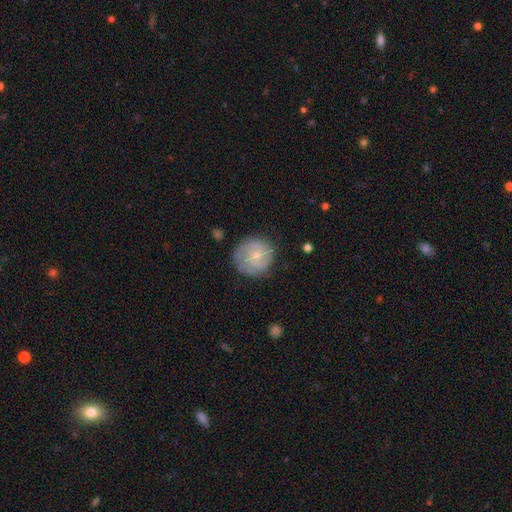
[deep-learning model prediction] A featured or disk galaxy (56%) with no bar (70%), spiral arms (86%) and a small central bulge (68%).

Vote fractions:
- Smooth or featured? featured or disk: 56% / smooth: 37% / star or artifact: 7%
- Edge-on disk? no: 98% / yes: 2%
- Bar? no: 70% / weak: 27% / strong: 3%
- Spiral arms? yes: 86% / no: 14%
- Bulge size? small: 68% / moderate: 25% / none: 4% / large: 1% / dominant: 1%
- Merging? none: 77% / minor disturbance: 16% / major disturbance: 5% / merger: 1%